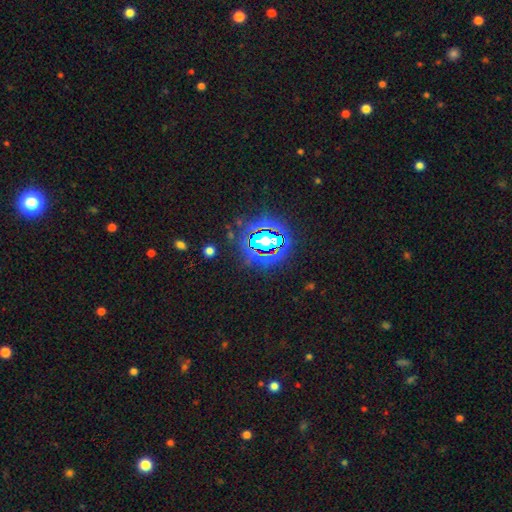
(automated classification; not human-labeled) Smooth or featured?
  - star or artifact: 83% *
  - smooth: 10%
  - featured or disk: 7%